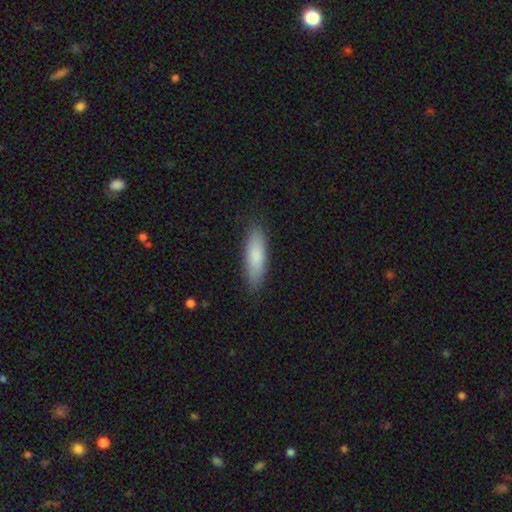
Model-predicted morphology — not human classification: Smooth or featured?
  - smooth: 84% *
  - featured or disk: 11%
  - star or artifact: 6%
How rounded?
  - cigar-shaped: 55% *
  - in between: 43%
  - round: 2%
Merging?
  - none: 86% *
  - minor disturbance: 11%
  - major disturbance: 2%
  - merger: 1%